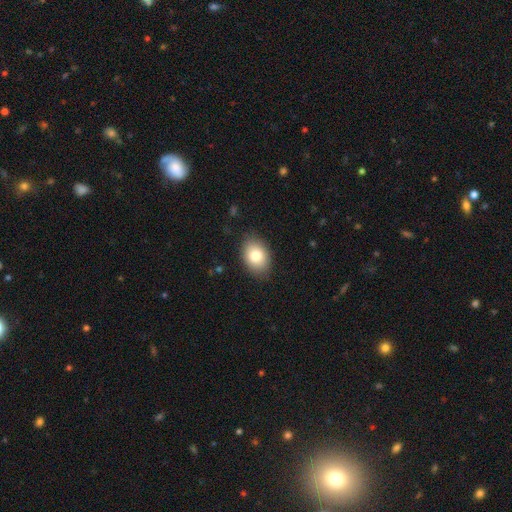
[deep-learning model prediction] Smooth or featured? Predicted: smooth (p=0.81). How rounded? Predicted: in between (p=0.79). Merging? Predicted: none (p=0.83).